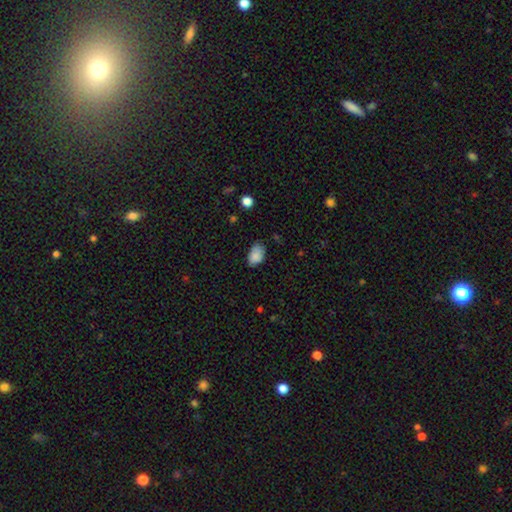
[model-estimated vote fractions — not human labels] smooth_or_featured: smooth (p=0.86) [alt: star or artifact p=0.08]
how_rounded: in between (p=0.89) [alt: round p=0.10]
merging: none (p=0.63) [alt: minor disturbance p=0.30]